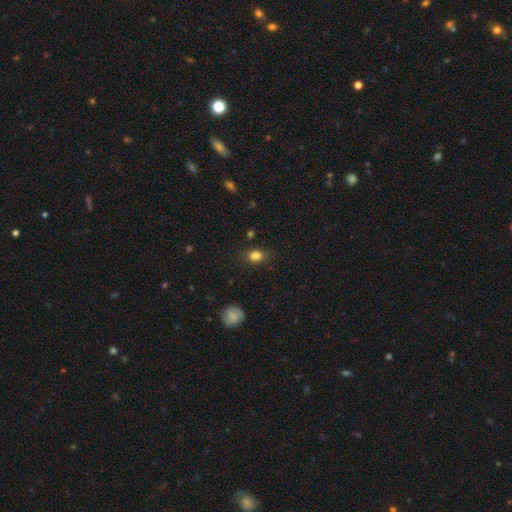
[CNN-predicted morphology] Q: Smooth or featured?
A: smooth (82%); runner-up: star or artifact (12%)
Q: How rounded?
A: in between (62%); runner-up: round (36%)
Q: Merging?
A: none (75%); runner-up: minor disturbance (17%)